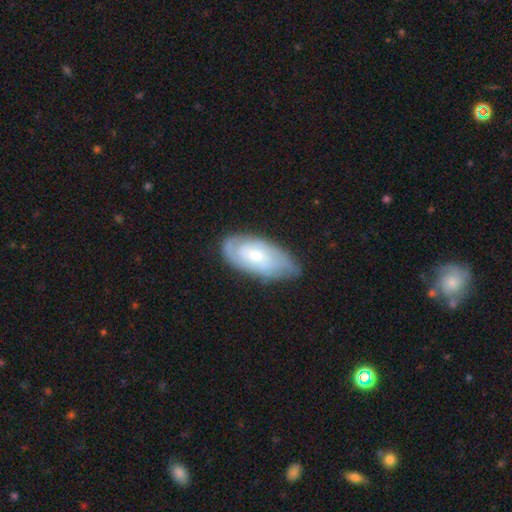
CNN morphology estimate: A featured or disk galaxy (67%) with no bar (66%), tight (66%) spiral arms (87%) and a moderate central bulge (50%).

Vote fractions:
- Smooth or featured? featured or disk: 67% / smooth: 27% / star or artifact: 5%
- Edge-on disk? no: 93% / yes: 7%
- Bar? no: 66% / weak: 29% / strong: 5%
- Spiral arms? yes: 87% / no: 13%
- Spiral winding? tight: 66% / medium: 27% / loose: 7%
- Spiral arm count? can't tell: 43% / 2: 37% / 3: 9% / 1: 6% / 4: 3% / more than 4: 2%
- Bulge size? moderate: 50% / small: 43% / large: 4% / none: 2% / dominant: 1%
- Merging? none: 65% / minor disturbance: 27% / major disturbance: 7% / merger: 2%